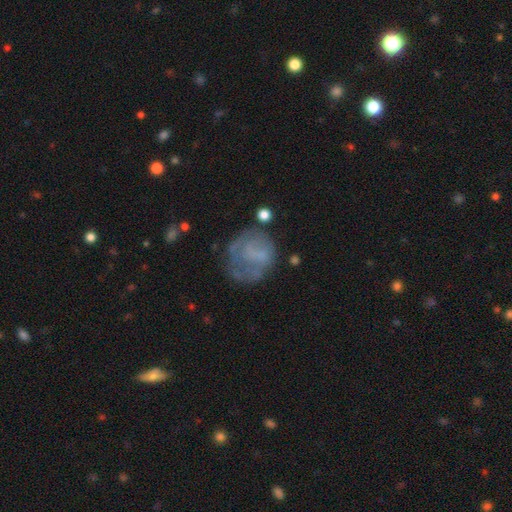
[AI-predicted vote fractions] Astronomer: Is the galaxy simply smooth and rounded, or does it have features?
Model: smooth — 43% (runner-up: featured or disk, 42%).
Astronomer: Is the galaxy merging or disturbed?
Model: none — 49% (runner-up: major disturbance, 25%).